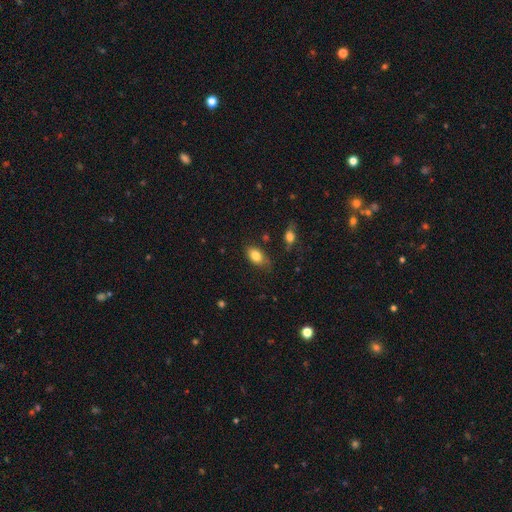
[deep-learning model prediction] Smooth or featured?
  - smooth: 82% *
  - featured or disk: 10%
  - star or artifact: 8%
How rounded?
  - in between: 88% *
  - round: 9%
  - cigar-shaped: 3%
Merging?
  - none: 70% *
  - minor disturbance: 23%
  - major disturbance: 5%
  - merger: 3%